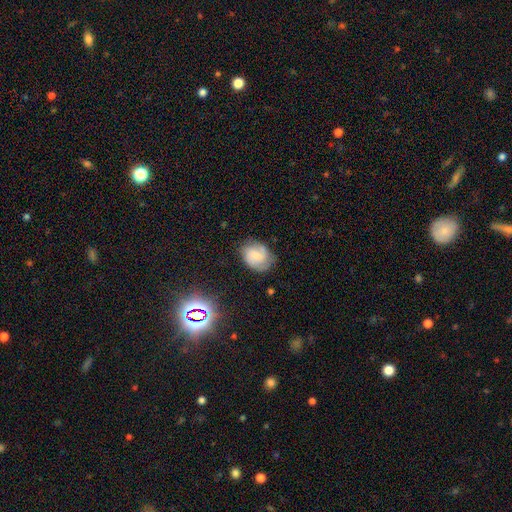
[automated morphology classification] featured or disk 47%, smooth 43%, star or artifact 10%. Down the decision tree: merging — none (68%).